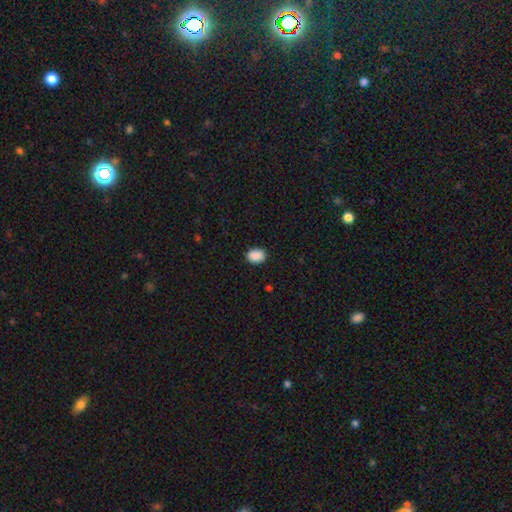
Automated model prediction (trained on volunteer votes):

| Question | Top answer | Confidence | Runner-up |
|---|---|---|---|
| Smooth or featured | smooth | 90% | star or artifact (8%) |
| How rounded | in between | 71% | round (27%) |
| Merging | none | 88% | minor disturbance (9%) |